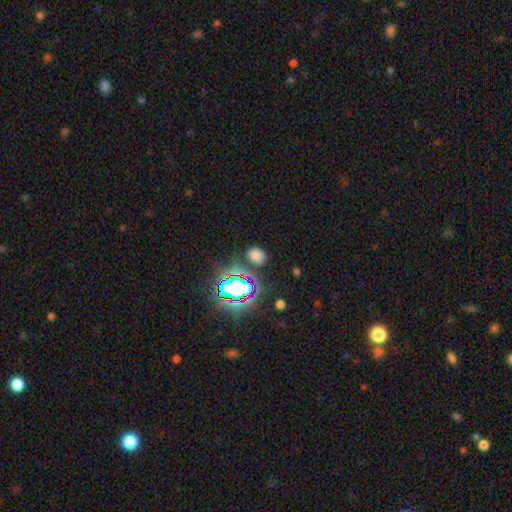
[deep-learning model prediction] A smooth galaxy with no disk features (64%) that is in between round and cigar-shaped (62%). Merging: none (80%).